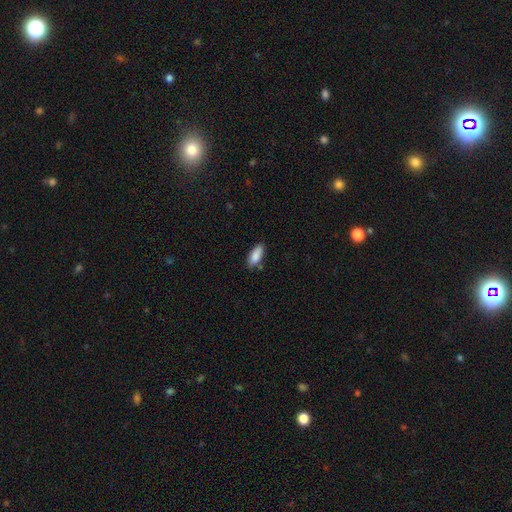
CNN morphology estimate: Smooth or featured? Predicted: smooth (p=0.88). How rounded? Predicted: in between (p=0.84). Merging? Predicted: none (p=0.77).